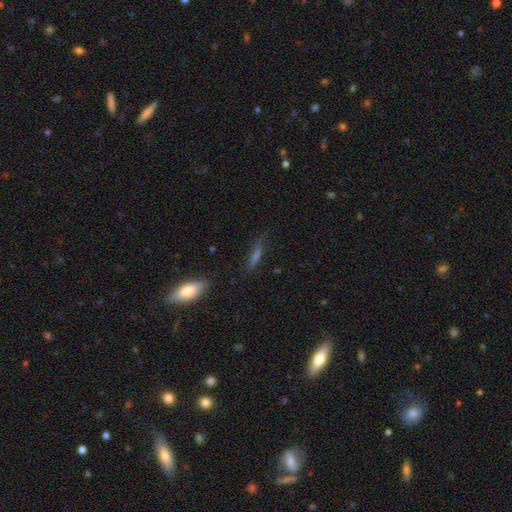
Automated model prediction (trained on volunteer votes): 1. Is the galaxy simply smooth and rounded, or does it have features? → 53% smooth, 29% featured or disk, 18% star or artifact.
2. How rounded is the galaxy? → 69% cigar-shaped, 26% in between, 5% round.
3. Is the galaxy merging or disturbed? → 68% none, 21% minor disturbance, 8% major disturbance, 3% merger.